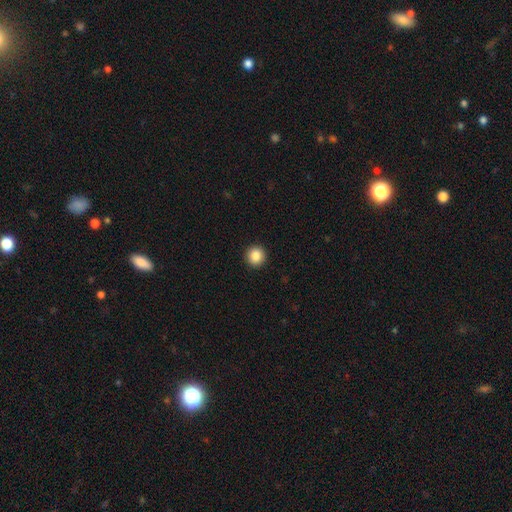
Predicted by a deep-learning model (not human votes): Smooth or featured: smooth — 87% (star or artifact — 9%)
How rounded: round — 95% (in between — 4%)
Merging: none — 93% (minor disturbance — 4%)